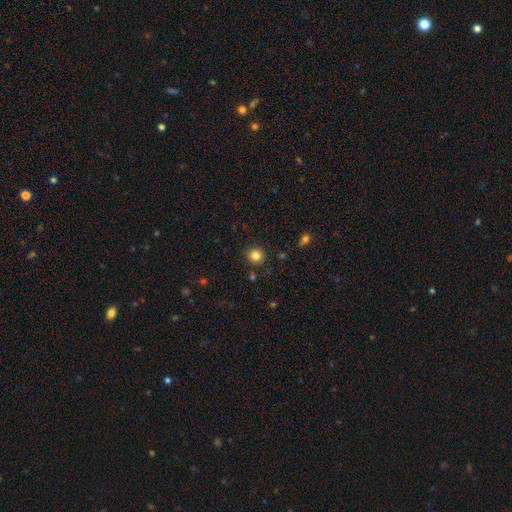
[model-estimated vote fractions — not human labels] Morphology: type=smooth (82%); roundness=round (90%); merging=none (90%).